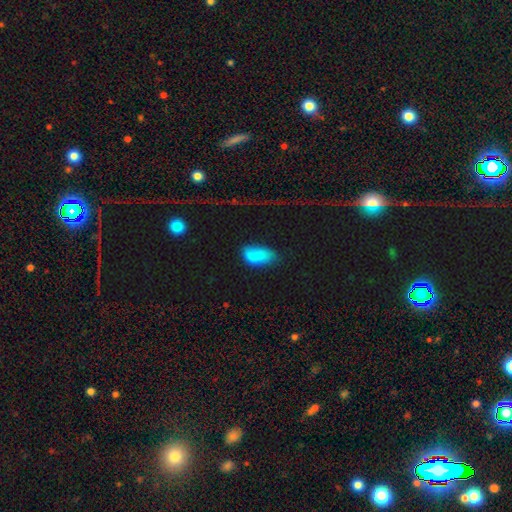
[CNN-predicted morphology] The model was most divided on "merging": none: 50%, minor disturbance: 31%, major disturbance: 13%, merger: 5%. More confident: how rounded — in between (92%); smooth or featured — smooth (80%).